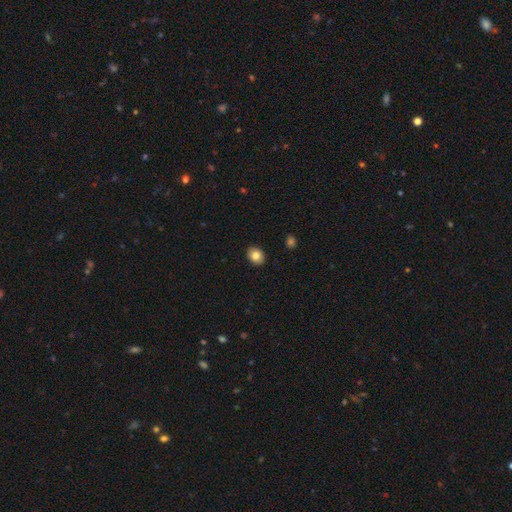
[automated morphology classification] Smooth or featured?
  - smooth: 83% *
  - featured or disk: 9%
  - star or artifact: 8%
How rounded?
  - in between: 53% *
  - round: 46%
  - cigar-shaped: 1%
Merging?
  - none: 90% *
  - minor disturbance: 7%
  - major disturbance: 2%
  - merger: 1%